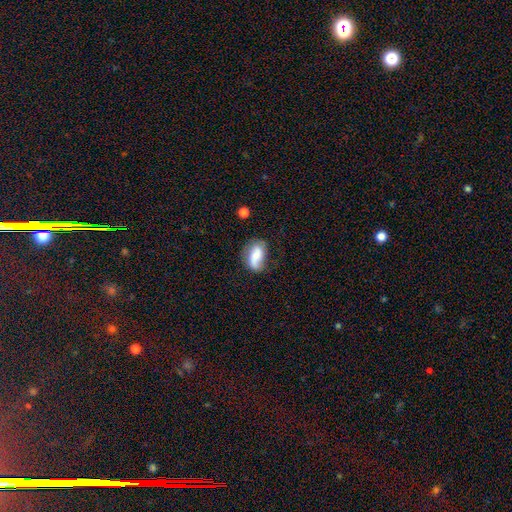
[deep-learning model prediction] smooth 60%, featured or disk 32%, star or artifact 8%. Down the decision tree: how rounded — in between (89%); merging — none (52%).